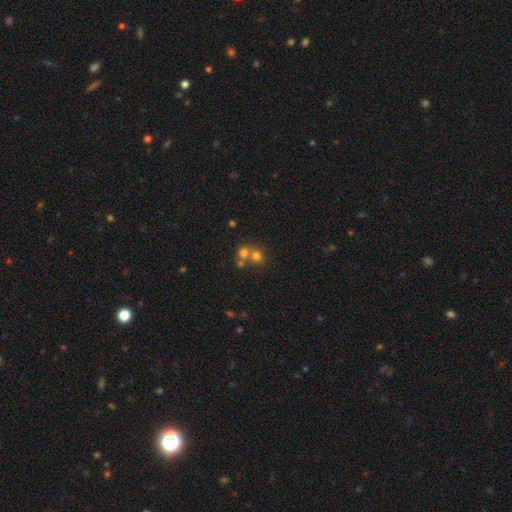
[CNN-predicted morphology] smooth-or-featured: smooth: 55% | star or artifact: 29% | featured or disk: 16%
  how-rounded: round: 78% | in between: 20% | cigar-shaped: 2%
  merging: none: 45% | merger: 43% | minor disturbance: 7% | major disturbance: 5%